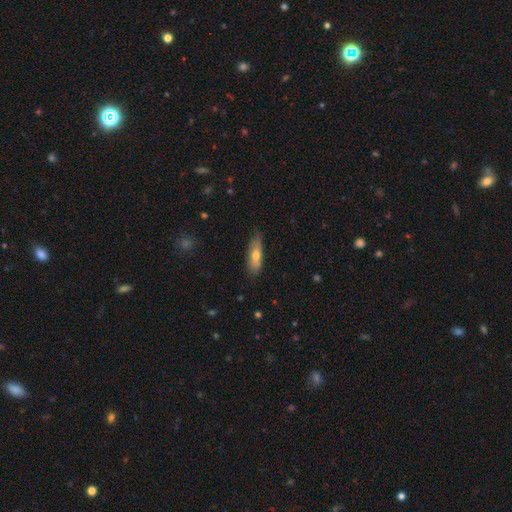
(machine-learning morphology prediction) The model was most divided on "how rounded": cigar-shaped: 56%, in between: 41%, round: 3%. More confident: merging — none (81%); smooth or featured — smooth (61%).